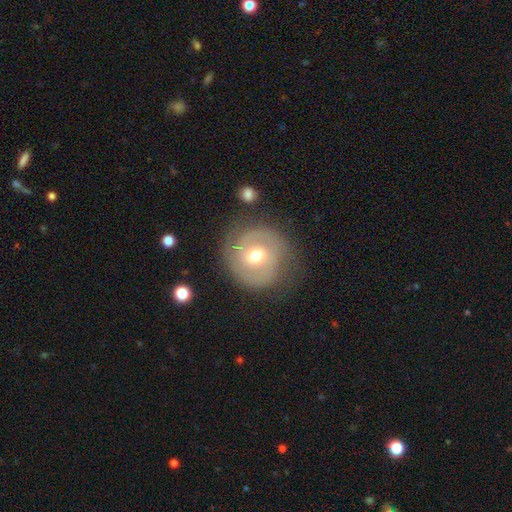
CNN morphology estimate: smooth-or-featured: featured or disk: 68% | smooth: 25% | star or artifact: 7%
  disk-edge-on: no: 97% | yes: 3%
    bar: no: 52% | weak: 38% | strong: 10%
    has-spiral-arms: yes: 84% | no: 16%
      spiral-winding: tight: 51% | medium: 36% | loose: 12%
      spiral-arm-count: 2: 73% | can't tell: 14% | 1: 6% | 3: 4% | 4: 2% | more than 4: 2%
    bulge-size: moderate: 73% | small: 19% | large: 6% | dominant: 1% | none: 1%
  merging: none: 74% | minor disturbance: 16% | major disturbance: 8% | merger: 2%